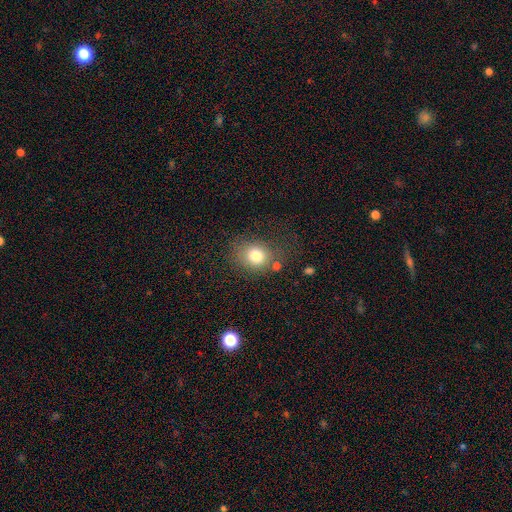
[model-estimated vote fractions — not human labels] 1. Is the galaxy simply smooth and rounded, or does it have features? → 78% smooth, 12% star or artifact, 10% featured or disk.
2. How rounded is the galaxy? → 61% round, 38% in between, 1% cigar-shaped.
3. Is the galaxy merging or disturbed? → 68% none, 17% minor disturbance, 8% major disturbance, 6% merger.